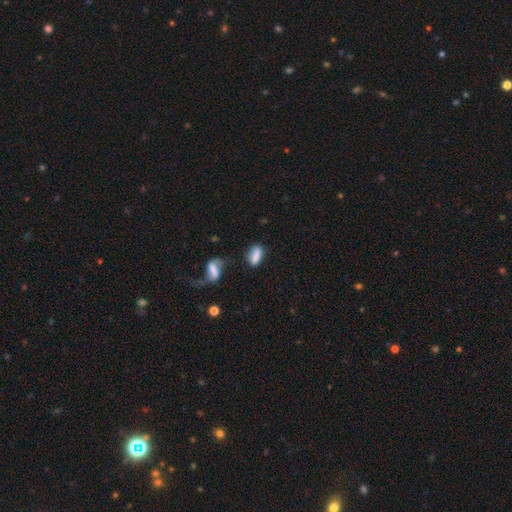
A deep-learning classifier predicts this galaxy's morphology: type=smooth (78%); roundness=in between (76%); merging=none (60%).